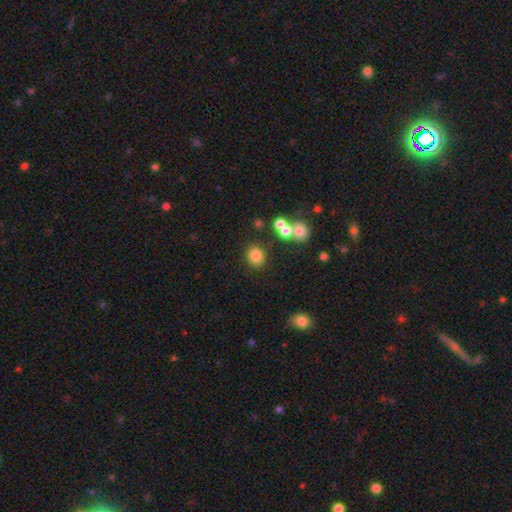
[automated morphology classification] Q: Smooth or featured?
A: smooth (80%); runner-up: star or artifact (13%)
Q: How rounded?
A: round (75%); runner-up: in between (24%)
Q: Merging?
A: none (79%); runner-up: minor disturbance (9%)